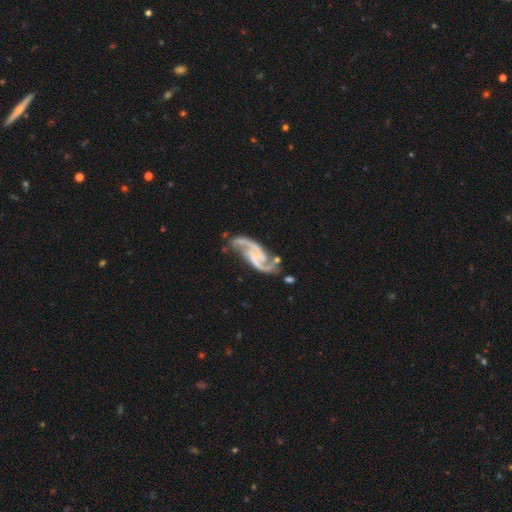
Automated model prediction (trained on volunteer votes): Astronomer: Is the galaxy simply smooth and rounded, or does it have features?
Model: featured or disk — 92%.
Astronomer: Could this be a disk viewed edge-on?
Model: no — 97%.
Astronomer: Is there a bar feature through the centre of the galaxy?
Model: no — 44% (runner-up: weak, 38%).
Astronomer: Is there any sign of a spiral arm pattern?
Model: yes — 98%.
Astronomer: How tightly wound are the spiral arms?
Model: medium — 49% (runner-up: loose, 34%).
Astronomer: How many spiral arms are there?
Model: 2 — 87%.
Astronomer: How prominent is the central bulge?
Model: none — 49% (runner-up: small, 37%).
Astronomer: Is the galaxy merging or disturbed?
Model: none — 58%.